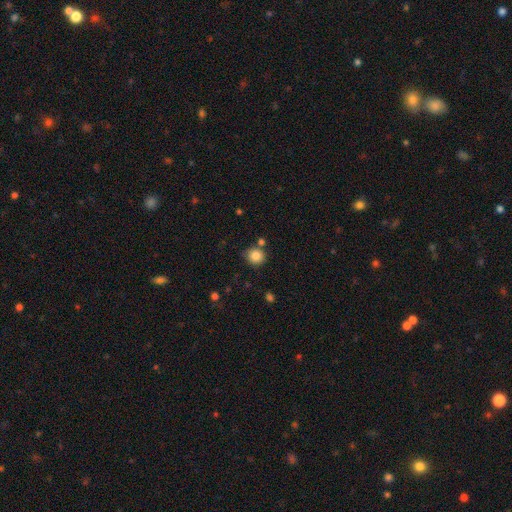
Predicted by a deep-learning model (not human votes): Overall: smooth (84%). How rounded: round (86%). Merging: none (78%).